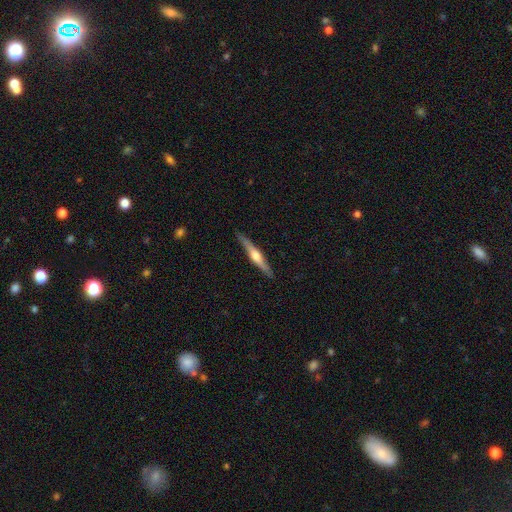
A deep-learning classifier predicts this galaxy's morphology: smooth_or_featured: featured or disk (p=0.67) [alt: smooth p=0.27]
disk_edge_on: yes (p=0.97) [alt: no p=0.03]
edge_on_bulge: rounded (p=0.88) [alt: boxy p=0.07]
merging: none (p=0.88) [alt: minor disturbance p=0.09]